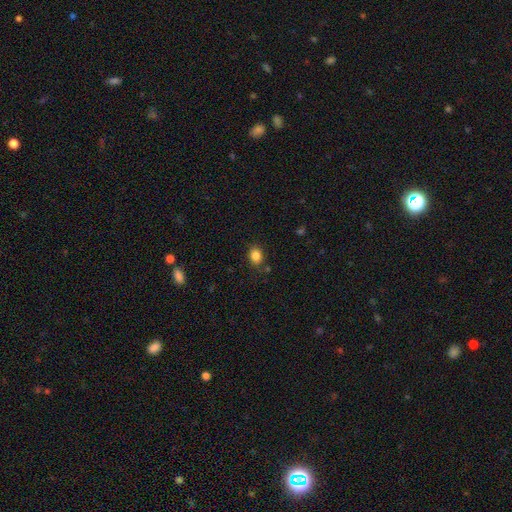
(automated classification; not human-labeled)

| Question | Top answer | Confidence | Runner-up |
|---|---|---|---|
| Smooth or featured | smooth | 84% | star or artifact (10%) |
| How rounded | in between | 61% | round (38%) |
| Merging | none | 81% | minor disturbance (13%) |